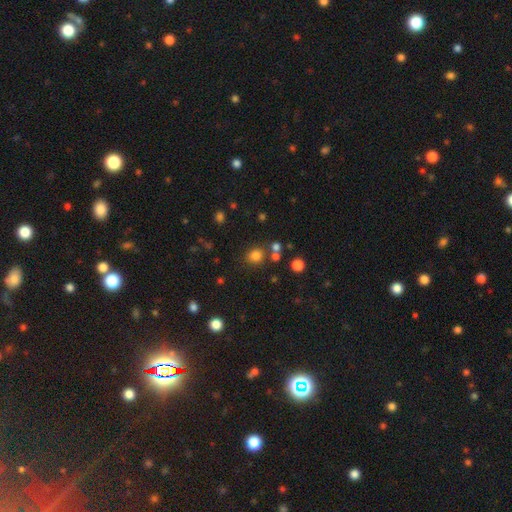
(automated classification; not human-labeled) Smooth or featured? Predicted: smooth (p=0.78). How rounded? Predicted: round (p=0.84). Merging? Predicted: none (p=0.76).